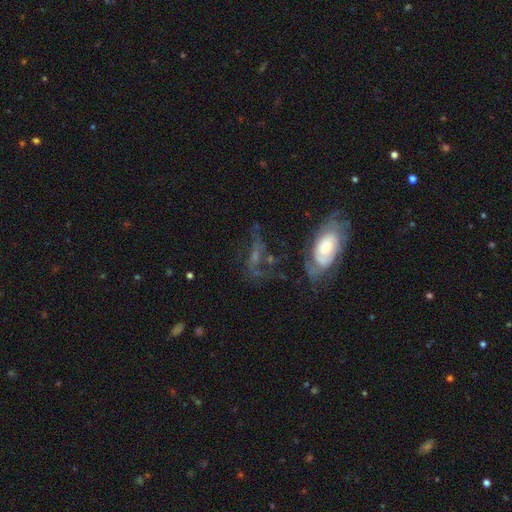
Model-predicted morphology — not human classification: Q: Smooth or featured?
A: featured or disk (60%); runner-up: smooth (23%)
Q: Edge-on disk?
A: no (87%); runner-up: yes (13%)
Q: Bar?
A: no (62%); runner-up: weak (27%)
Q: Spiral arms?
A: yes (68%); runner-up: no (32%)
Q: Bulge size?
A: small (47%); runner-up: moderate (29%)
Q: Merging?
A: none (45%); runner-up: major disturbance (25%)